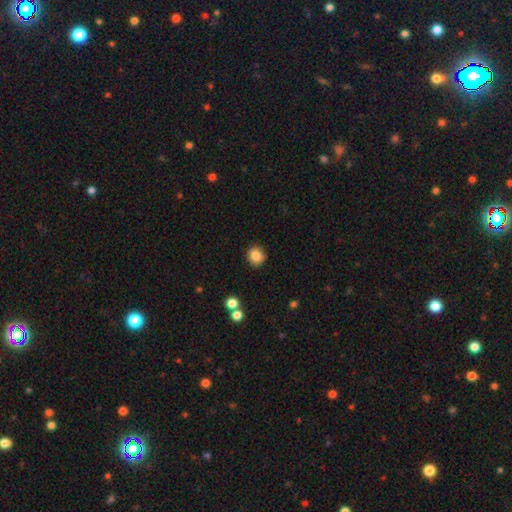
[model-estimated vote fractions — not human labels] smooth_or_featured: smooth (p=0.85) [alt: star or artifact p=0.10]
how_rounded: round (p=0.83) [alt: in between p=0.16]
merging: none (p=0.88) [alt: minor disturbance p=0.08]